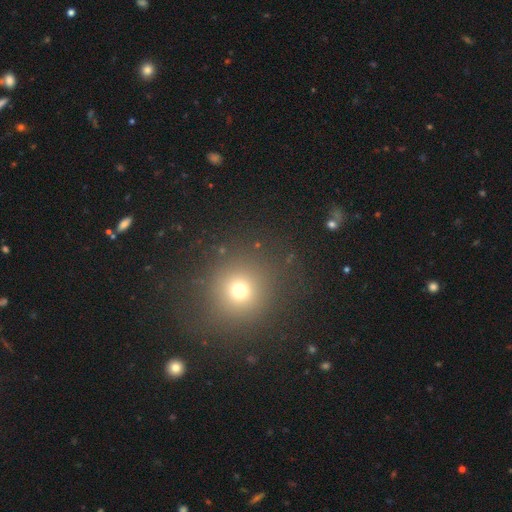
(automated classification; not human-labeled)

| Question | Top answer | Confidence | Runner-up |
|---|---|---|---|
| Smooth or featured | smooth | 60% | star or artifact (33%) |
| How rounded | round | 92% | in between (7%) |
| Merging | none | 90% | minor disturbance (6%) |